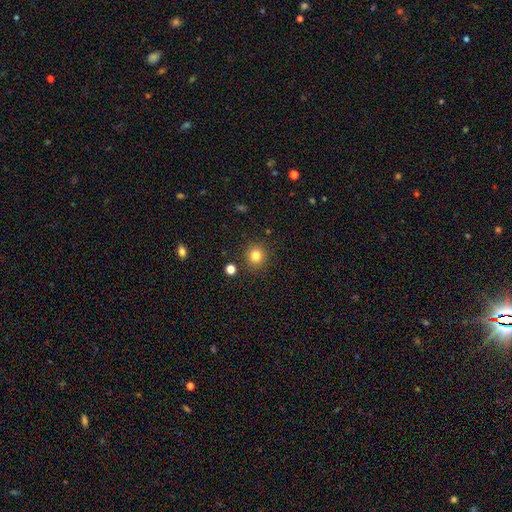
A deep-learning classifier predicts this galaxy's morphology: smooth_or_featured: smooth (p=0.81) [alt: star or artifact p=0.13]
how_rounded: round (p=0.91) [alt: in between p=0.08]
merging: none (p=0.88) [alt: minor disturbance p=0.07]